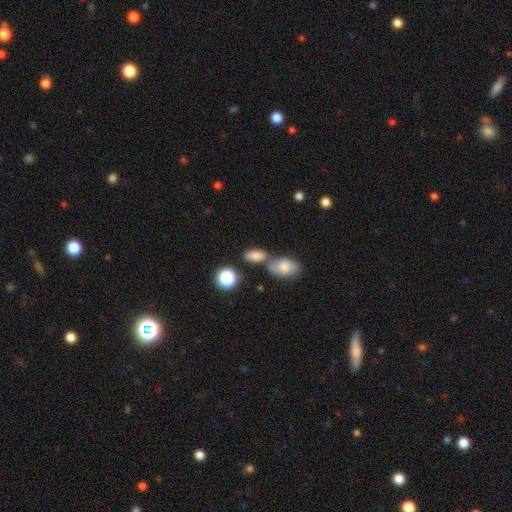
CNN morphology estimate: Smooth or featured? Predicted: smooth (p=0.80). How rounded? Predicted: in between (p=0.87). Merging? Predicted: none (p=0.48).